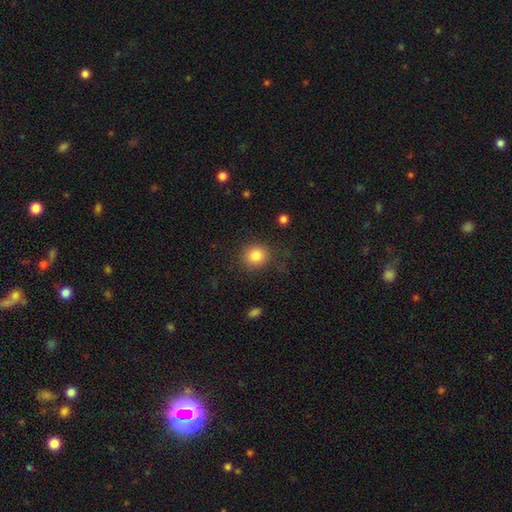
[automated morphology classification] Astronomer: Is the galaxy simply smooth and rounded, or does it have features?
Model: smooth — 85%.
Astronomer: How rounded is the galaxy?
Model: round — 84%.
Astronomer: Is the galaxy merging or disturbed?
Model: none — 81%.